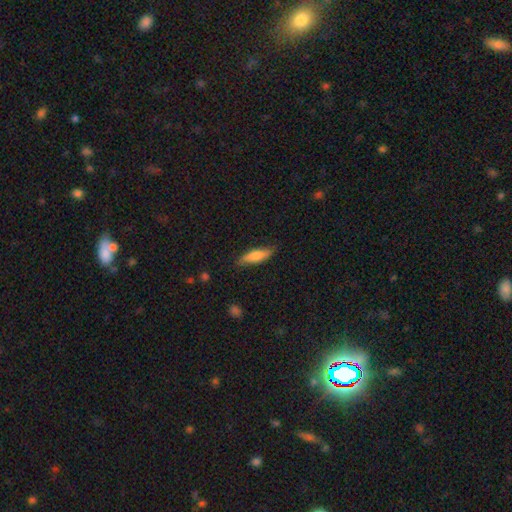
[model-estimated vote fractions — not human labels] A smooth galaxy with no disk features (69%) that is cigar-shaped (59%).

Vote fractions:
- Smooth or featured? smooth: 69% / featured or disk: 25% / star or artifact: 6%
- How rounded? cigar-shaped: 59% / in between: 39% / round: 2%
- Merging? none: 79% / minor disturbance: 16% / major disturbance: 3% / merger: 1%